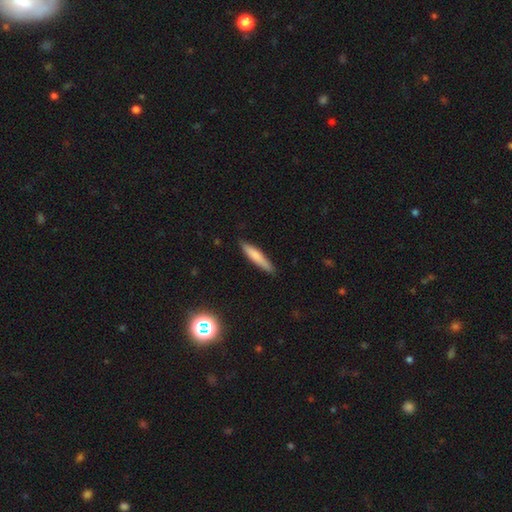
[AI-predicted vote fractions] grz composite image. It shows a smooth galaxy with no disk features (74%) that is cigar-shaped (88%). Merging: none (86%).